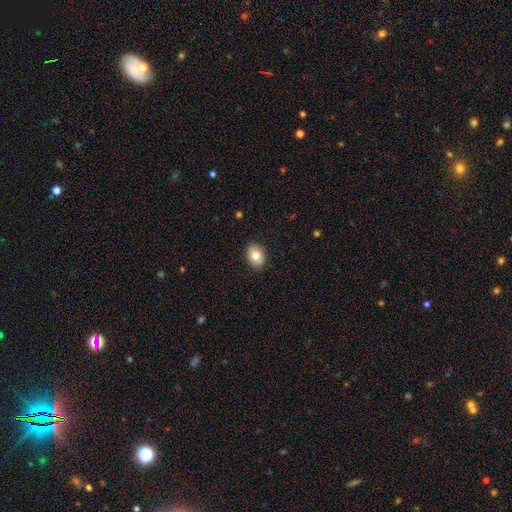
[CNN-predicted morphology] smooth_or_featured: smooth (p=0.79) [alt: featured or disk p=0.13]
how_rounded: in between (p=0.70) [alt: round p=0.29]
merging: none (p=0.88) [alt: minor disturbance p=0.09]